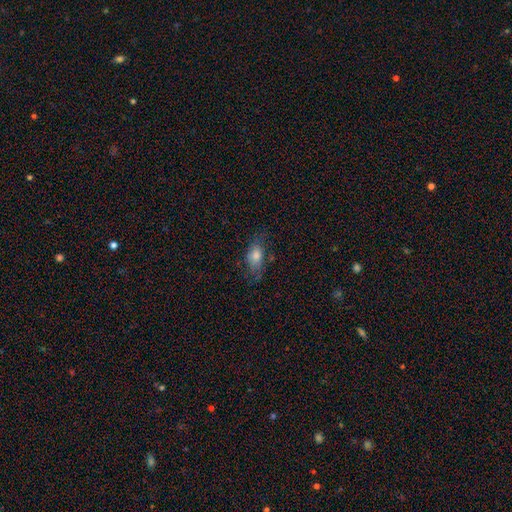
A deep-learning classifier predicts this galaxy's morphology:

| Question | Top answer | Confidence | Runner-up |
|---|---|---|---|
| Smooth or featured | smooth | 65% | featured or disk (23%) |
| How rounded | in between | 76% | cigar-shaped (14%) |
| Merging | none | 64% | minor disturbance (23%) |